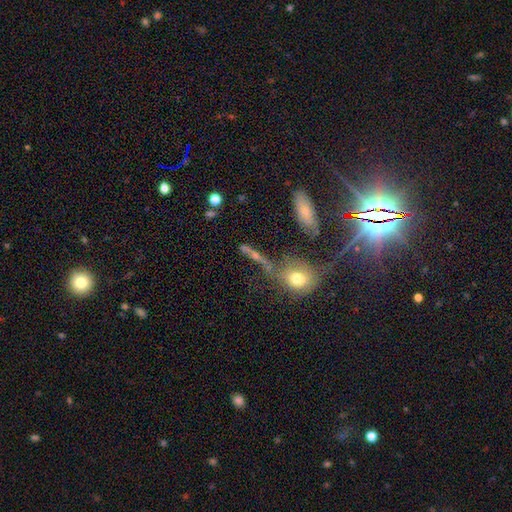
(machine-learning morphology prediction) smooth-or-featured: smooth: 44% | featured or disk: 34% | star or artifact: 22%
  merging: none: 49% | merger: 23% | minor disturbance: 16% | major disturbance: 12%